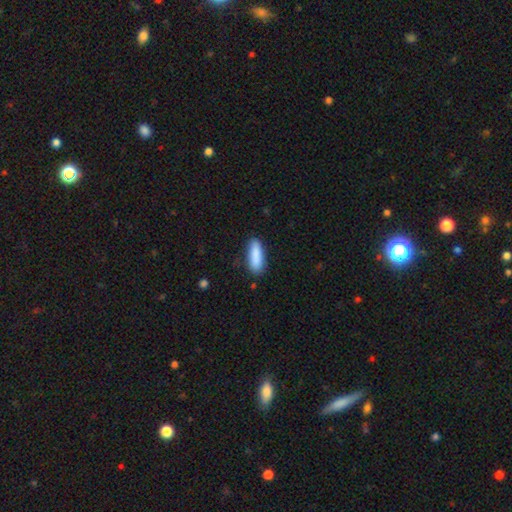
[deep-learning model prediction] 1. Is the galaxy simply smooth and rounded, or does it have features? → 88% smooth, 6% featured or disk, 6% star or artifact.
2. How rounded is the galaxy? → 54% in between, 44% cigar-shaped, 2% round.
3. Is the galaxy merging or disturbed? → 82% none, 14% minor disturbance, 3% major disturbance, 2% merger.